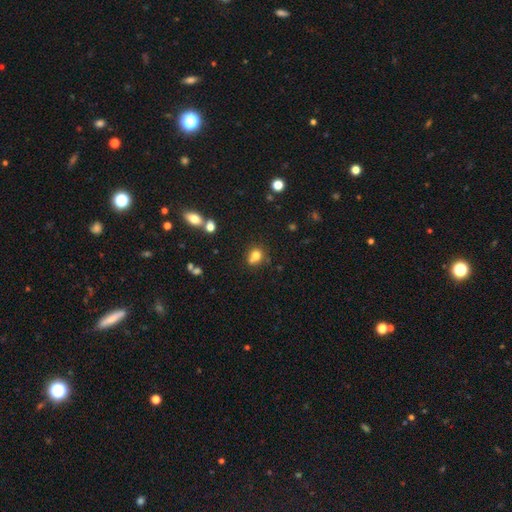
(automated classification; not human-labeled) A smooth galaxy with no disk features (77%) that is round (73%).

Vote fractions:
- Smooth or featured? smooth: 77% / star or artifact: 13% / featured or disk: 10%
- How rounded? round: 73% / in between: 26% / cigar-shaped: 1%
- Merging? none: 53% / merger: 27% / minor disturbance: 15% / major disturbance: 5%